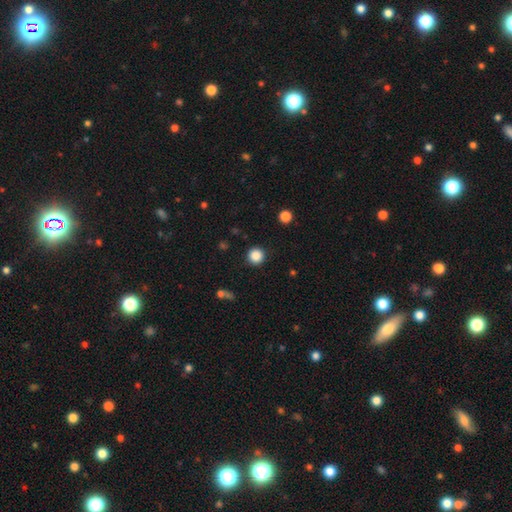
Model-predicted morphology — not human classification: This is clearly a smooth galaxy (86%). How rounded: clearly round (95%). Merging: clearly none (92%).